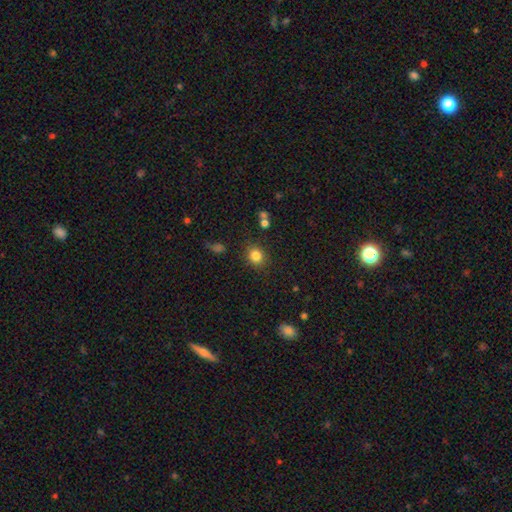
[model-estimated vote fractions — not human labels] A smooth galaxy with no disk features (83%) that is round (72%).

Vote fractions:
- Smooth or featured? smooth: 83% / star or artifact: 11% / featured or disk: 5%
- How rounded? round: 72% / in between: 27% / cigar-shaped: 1%
- Merging? none: 84% / minor disturbance: 10% / major disturbance: 3% / merger: 3%